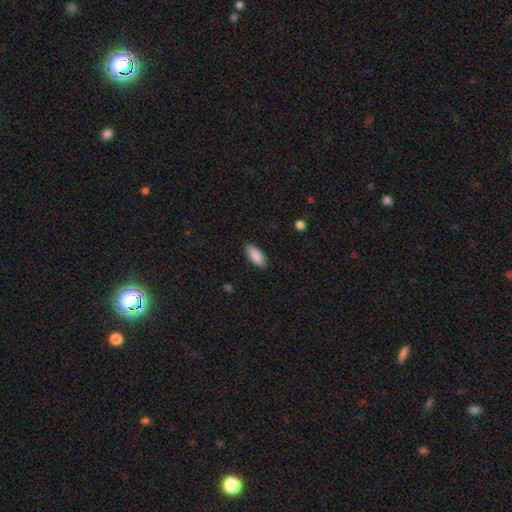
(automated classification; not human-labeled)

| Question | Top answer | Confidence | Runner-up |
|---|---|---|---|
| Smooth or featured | smooth | 90% | star or artifact (6%) |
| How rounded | in between | 83% | cigar-shaped (15%) |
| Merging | none | 88% | minor disturbance (9%) |